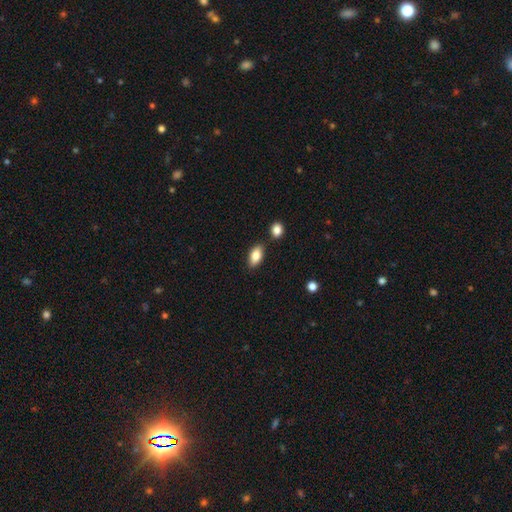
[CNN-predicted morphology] type=smooth (84%); roundness=in between (91%); merging=none (82%).